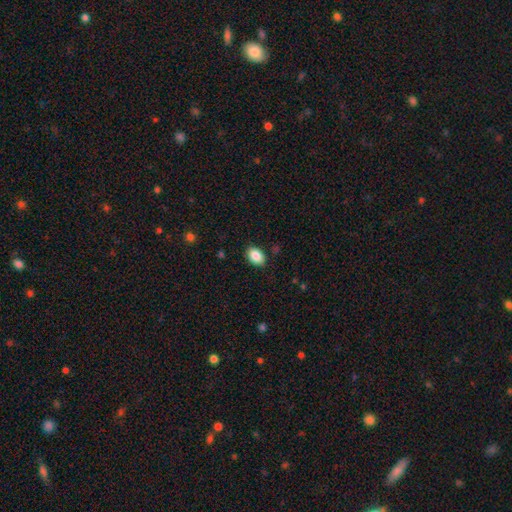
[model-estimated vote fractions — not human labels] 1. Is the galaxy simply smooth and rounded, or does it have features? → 88% smooth, 8% star or artifact, 5% featured or disk.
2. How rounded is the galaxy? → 83% in between, 15% round, 1% cigar-shaped.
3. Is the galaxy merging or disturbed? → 87% none, 10% minor disturbance, 2% major disturbance, 1% merger.